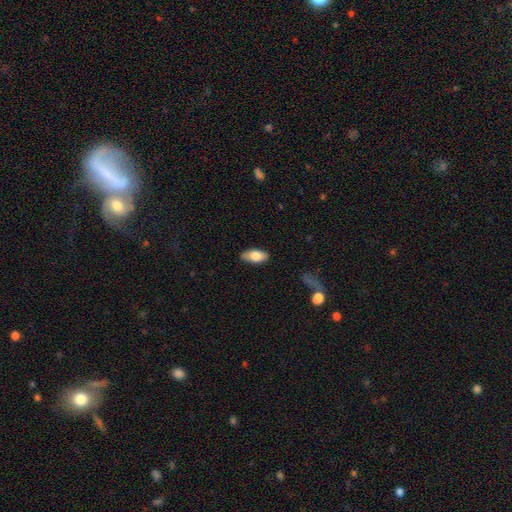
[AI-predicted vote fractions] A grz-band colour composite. It shows a smooth galaxy with no disk features (80%) that is in between round and cigar-shaped (89%). Merging: none (85%).